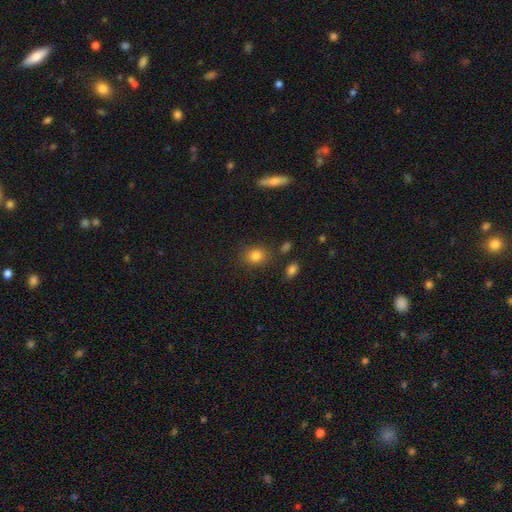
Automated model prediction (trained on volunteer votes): The model was most divided on "how rounded": round: 67%, in between: 32%, cigar-shaped: 1%. More confident: smooth or featured — smooth (83%); merging — none (82%).